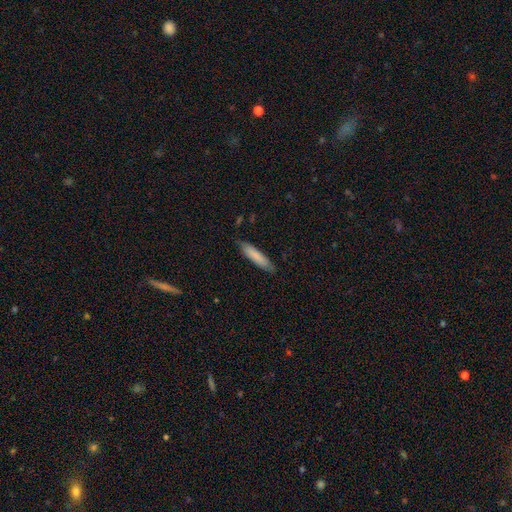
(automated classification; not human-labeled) Overall: smooth (83%). How rounded: cigar-shaped (81%). Merging: none (84%).